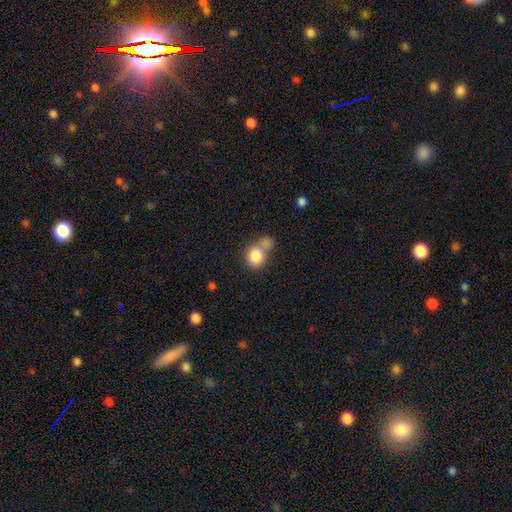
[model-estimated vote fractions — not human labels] A smooth galaxy with no disk features (83%) that is round (72%).

Vote fractions:
- Smooth or featured? smooth: 83% / star or artifact: 9% / featured or disk: 8%
- How rounded? round: 72% / in between: 27% / cigar-shaped: 1%
- Merging? merger: 47% / none: 36% / minor disturbance: 11% / major disturbance: 6%